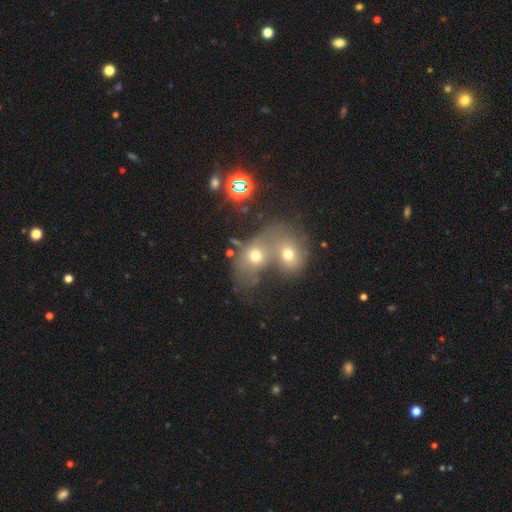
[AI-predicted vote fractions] Smooth or featured: smooth — 58% (featured or disk — 23%)
How rounded: in between — 51% (round — 48%)
Merging: merger — 72% (none — 15%)